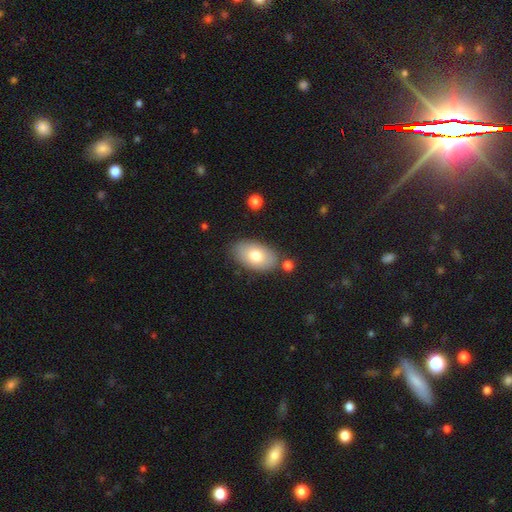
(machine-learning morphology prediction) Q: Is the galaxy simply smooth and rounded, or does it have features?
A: smooth — 75%.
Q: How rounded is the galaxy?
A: in between — 93%.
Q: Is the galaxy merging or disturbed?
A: none — 80%.